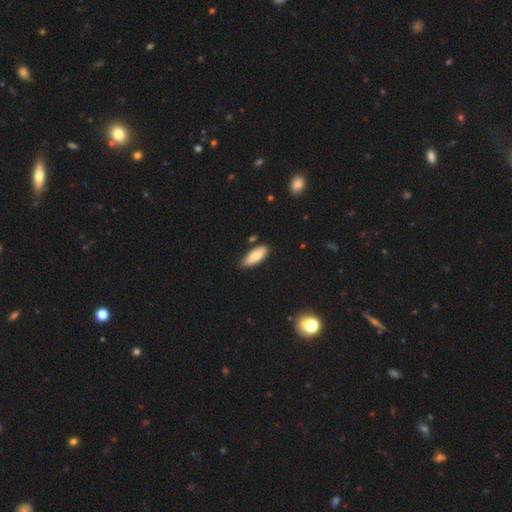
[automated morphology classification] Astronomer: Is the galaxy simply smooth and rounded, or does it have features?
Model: smooth — 81%.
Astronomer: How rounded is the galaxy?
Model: in between — 69%.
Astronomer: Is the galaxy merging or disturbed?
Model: none — 81%.